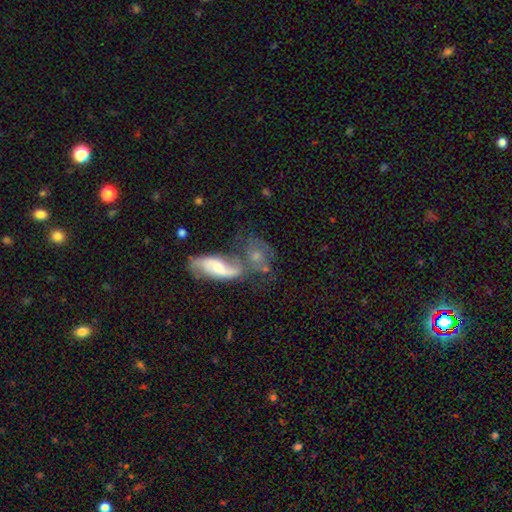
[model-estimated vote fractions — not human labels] Smooth or featured? featured or disk (51%)
Edge-on disk? no (92%)
Merging? merger (46%)